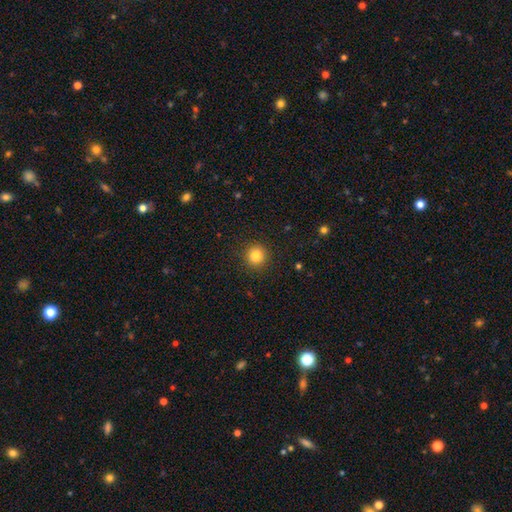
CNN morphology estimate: A smooth galaxy with no disk features (83%) that is round (94%).

Vote fractions:
- Smooth or featured? smooth: 83% / star or artifact: 12% / featured or disk: 5%
- How rounded? round: 94% / in between: 6% / cigar-shaped: 1%
- Merging? none: 91% / minor disturbance: 6% / major disturbance: 2% / merger: 1%